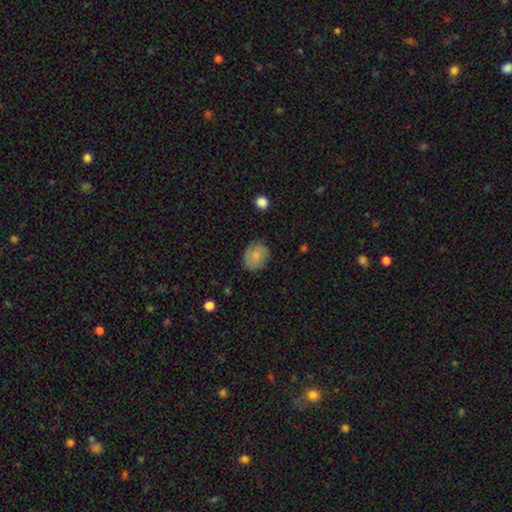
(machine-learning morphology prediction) A smooth galaxy with no disk features (75%) that is round (50%).

Vote fractions:
- Smooth or featured? smooth: 75% / featured or disk: 18% / star or artifact: 8%
- How rounded? round: 50% / in between: 49% / cigar-shaped: 1%
- Merging? none: 74% / minor disturbance: 20% / major disturbance: 5% / merger: 1%